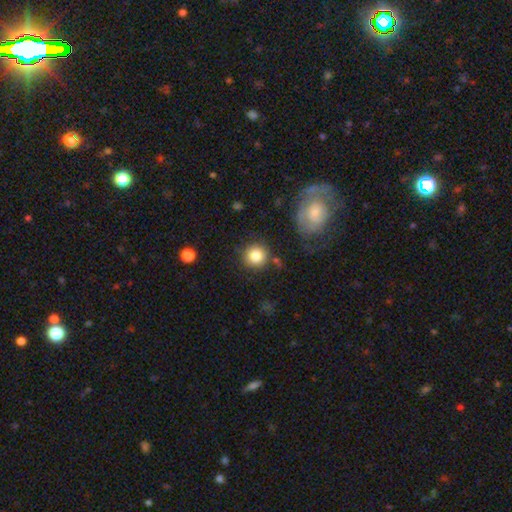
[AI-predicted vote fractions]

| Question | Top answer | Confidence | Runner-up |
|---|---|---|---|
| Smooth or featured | smooth | 82% | star or artifact (9%) |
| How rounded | round | 93% | in between (7%) |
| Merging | none | 83% | minor disturbance (10%) |